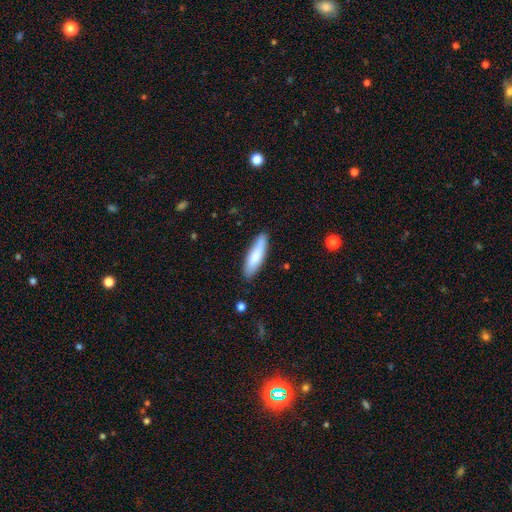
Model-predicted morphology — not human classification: Smooth or featured? Predicted: smooth (p=0.79). How rounded? Predicted: cigar-shaped (p=0.66). Merging? Predicted: none (p=0.82).